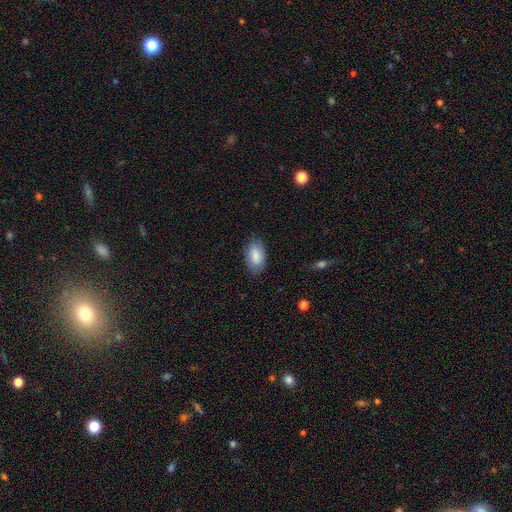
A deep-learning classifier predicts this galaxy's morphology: smooth_or_featured: smooth (p=0.84) [alt: featured or disk p=0.09]
how_rounded: in between (p=0.93) [alt: round p=0.04]
merging: none (p=0.82) [alt: minor disturbance p=0.14]